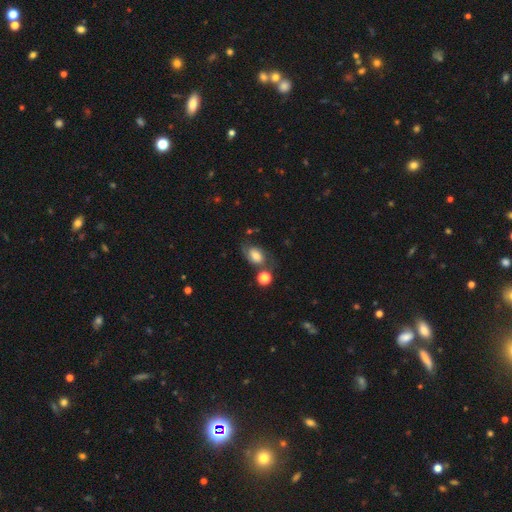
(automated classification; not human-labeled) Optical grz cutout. It shows a smooth galaxy with no disk features (61%) that is in between round and cigar-shaped (74%). Merging: none (52%).